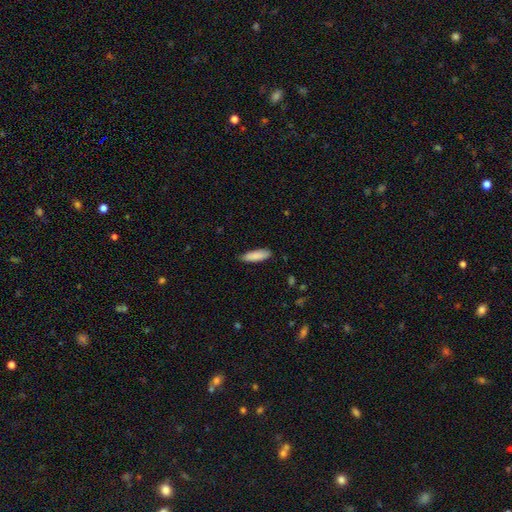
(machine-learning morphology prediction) smooth_or_featured: smooth (p=0.88) [alt: star or artifact p=0.06]
how_rounded: cigar-shaped (p=0.55) [alt: in between p=0.44]
merging: none (p=0.84) [alt: minor disturbance p=0.13]